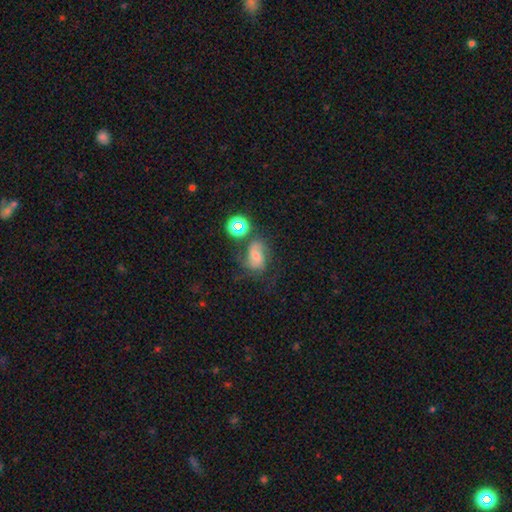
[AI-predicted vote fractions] Q: Smooth or featured?
A: featured or disk (52%); runner-up: smooth (32%)
Q: Edge-on disk?
A: no (96%); runner-up: yes (4%)
Q: Merging?
A: none (46%); runner-up: minor disturbance (22%)